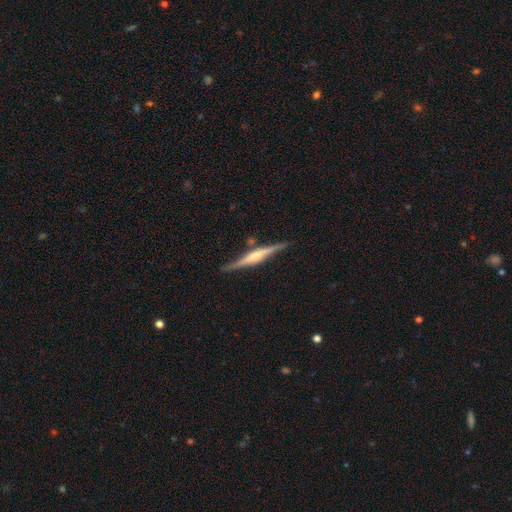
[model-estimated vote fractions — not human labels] This is likely a featured or disk galaxy (74%). It is clearly viewed edge-on (98%). Edge-on bulge: possibly rounded (47%). Merging: clearly none (85%).